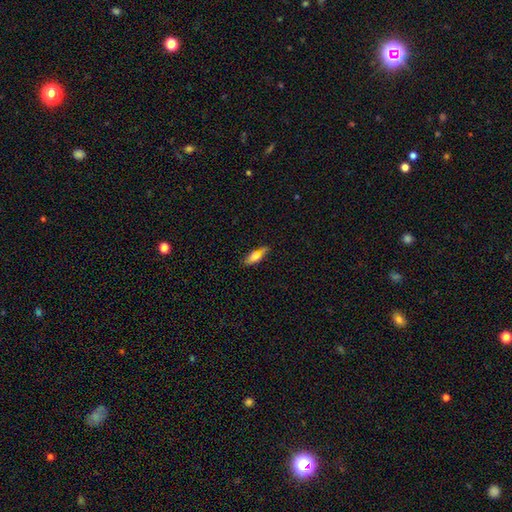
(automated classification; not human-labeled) The model was most divided on "how rounded": in between: 67%, cigar-shaped: 29%, round: 4%. More confident: smooth or featured — smooth (69%); merging — none (67%).